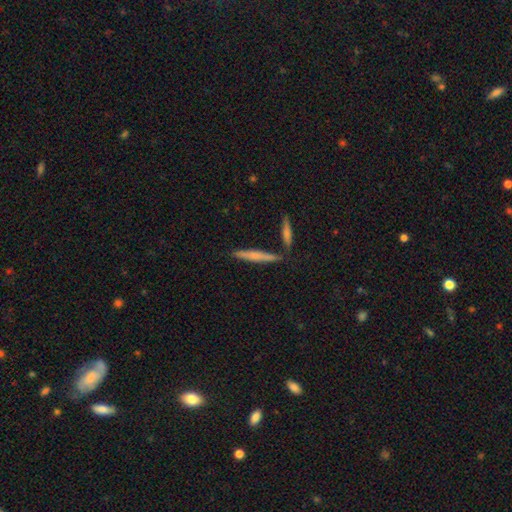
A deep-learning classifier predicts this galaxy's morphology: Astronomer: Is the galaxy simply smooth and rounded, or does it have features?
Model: smooth — 58% (runner-up: featured or disk, 36%).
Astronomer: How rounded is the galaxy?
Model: cigar-shaped — 93%.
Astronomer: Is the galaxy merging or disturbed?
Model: none — 79%.